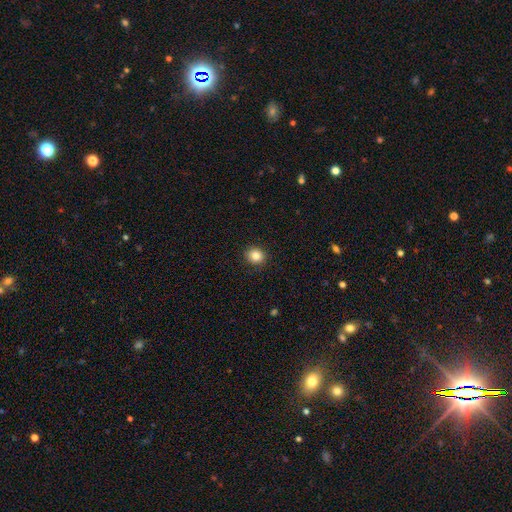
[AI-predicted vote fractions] Smooth or featured: smooth — 85% (star or artifact — 10%)
How rounded: round — 81% (in between — 18%)
Merging: none — 91% (minor disturbance — 6%)